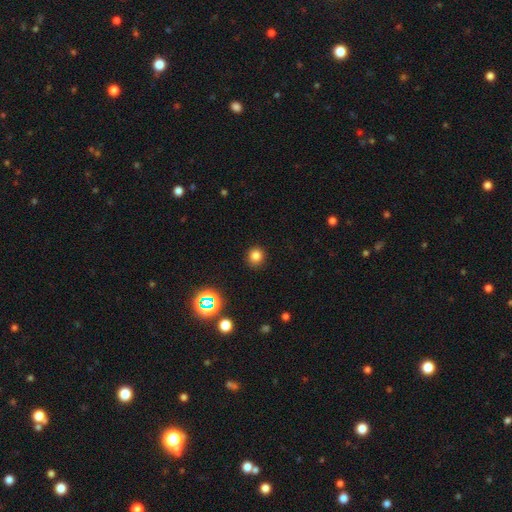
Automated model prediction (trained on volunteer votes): Overall: smooth (78%). How rounded: round (88%). Merging: none (90%).